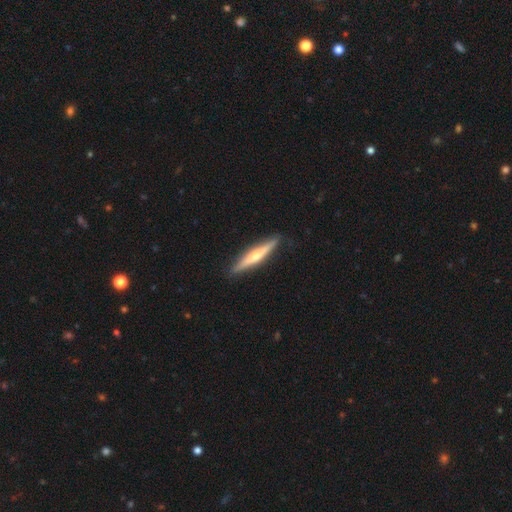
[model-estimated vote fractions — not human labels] This appears to be a featured or disk galaxy (62%) viewed edge-on (96%) with a rounded central bulge (86%). Merging: none (91%).